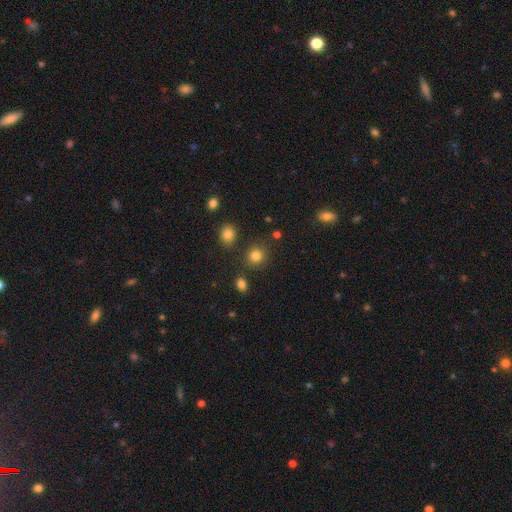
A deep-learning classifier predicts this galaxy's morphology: Smooth or featured? Predicted: smooth (p=0.82). How rounded? Predicted: round (p=0.88). Merging? Predicted: none (p=0.84).